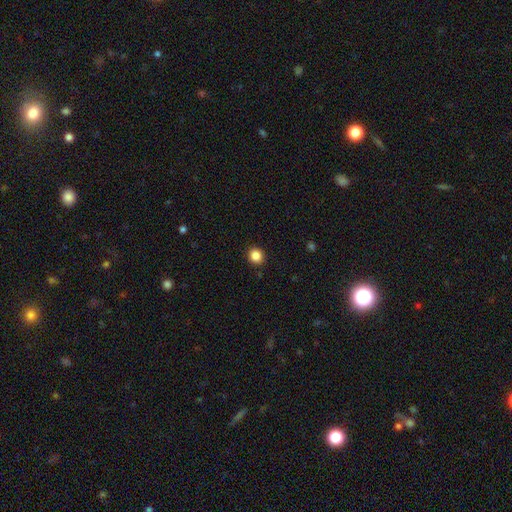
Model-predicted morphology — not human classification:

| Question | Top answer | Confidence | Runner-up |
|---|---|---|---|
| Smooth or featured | smooth | 86% | star or artifact (11%) |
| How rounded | round | 90% | in between (10%) |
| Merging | none | 92% | minor disturbance (5%) |